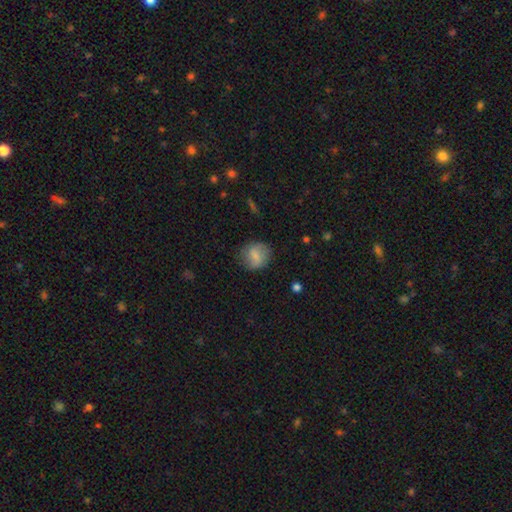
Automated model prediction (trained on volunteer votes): This is likely a smooth galaxy (70%). How rounded: clearly round (81%). Merging: likely none (79%).